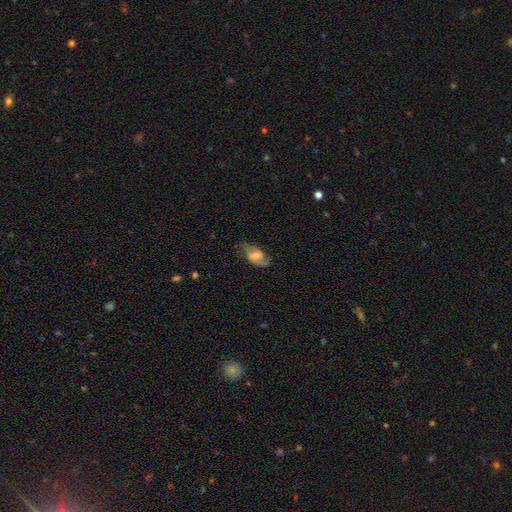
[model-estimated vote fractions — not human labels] This is likely a featured or disk galaxy (65%). It is clearly not viewed edge-on (96%). Bar: possibly weak (48%). Spiral arm pattern: clearly yes (90%). Spiral arm count: clearly 2 (83%). Spiral winding: possibly medium (47%). Central bulge: marginally small (35%). Merging: likely none (67%).